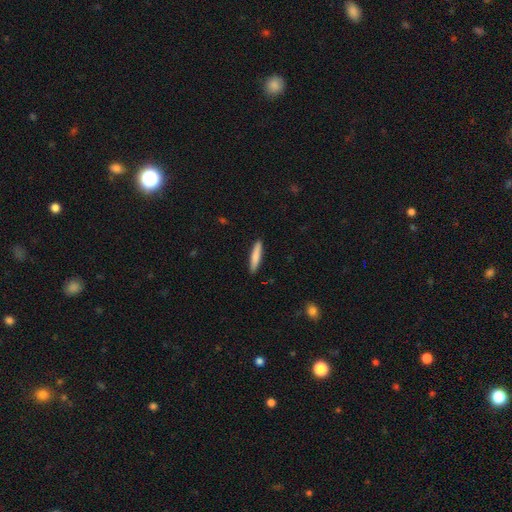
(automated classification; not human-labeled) Overall: smooth (80%). How rounded: cigar-shaped (90%). Merging: none (91%).